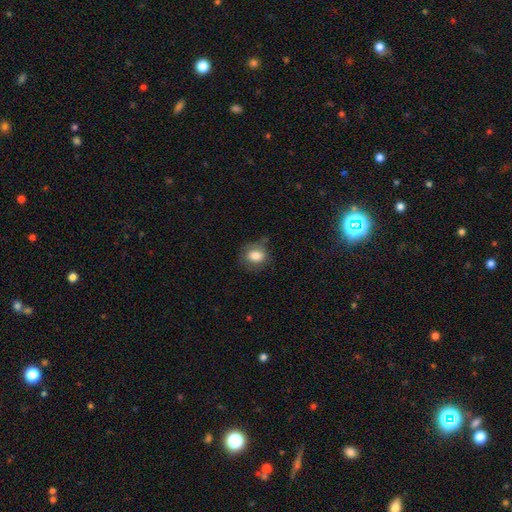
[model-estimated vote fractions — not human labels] smooth-or-featured: smooth: 80% | featured or disk: 11% | star or artifact: 9%
  how-rounded: round: 60% | in between: 39% | cigar-shaped: 1%
  merging: none: 68% | minor disturbance: 22% | major disturbance: 7% | merger: 3%